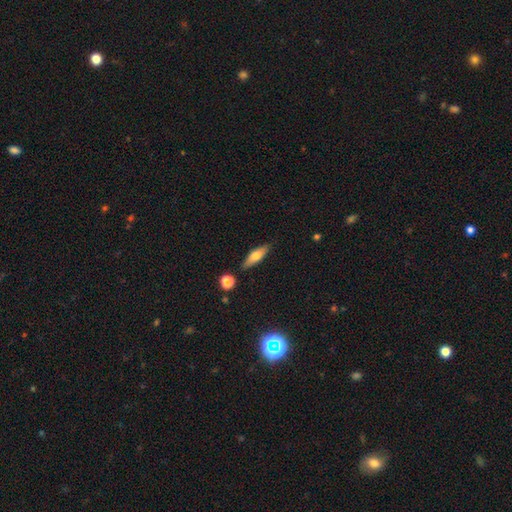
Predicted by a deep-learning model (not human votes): This is possibly a smooth galaxy (59%). How rounded: possibly cigar-shaped (53%). Merging: clearly none (84%).